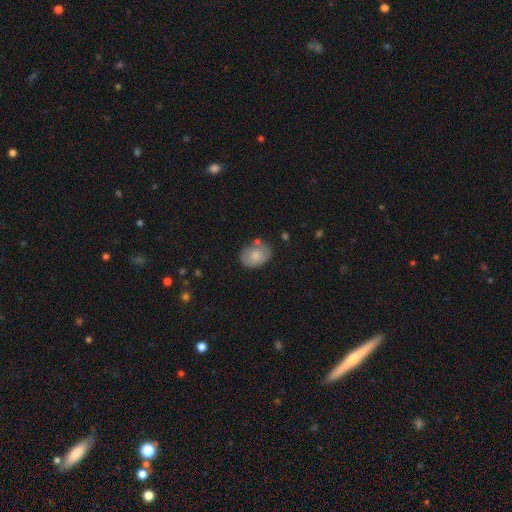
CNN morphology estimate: Smooth or featured? Predicted: smooth (p=0.78). How rounded? Predicted: in between (p=0.77). Merging? Predicted: none (p=0.68).